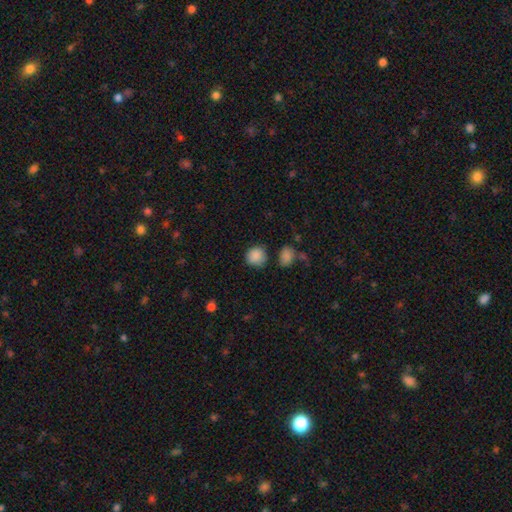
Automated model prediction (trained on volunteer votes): A smooth galaxy with no disk features (86%) that is round (85%).

Vote fractions:
- Smooth or featured? smooth: 86% / star or artifact: 9% / featured or disk: 5%
- How rounded? round: 85% / in between: 14% / cigar-shaped: 1%
- Merging? none: 73% / minor disturbance: 17% / merger: 6% / major disturbance: 4%